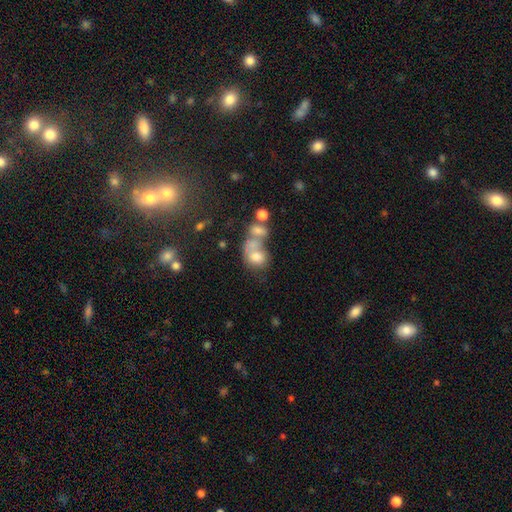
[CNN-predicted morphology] A smooth galaxy with no disk features (54%) that is in between round and cigar-shaped (53%). Merging: merger (53%).